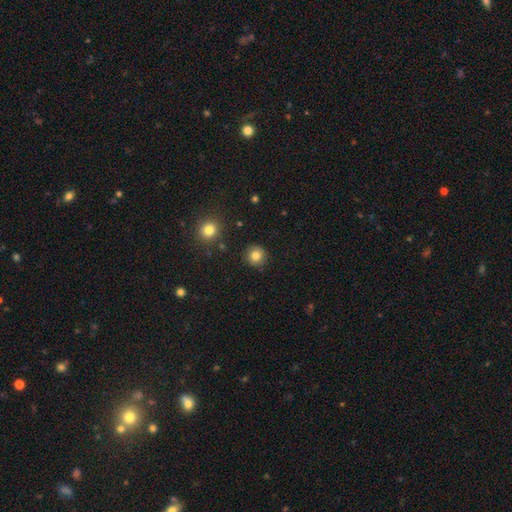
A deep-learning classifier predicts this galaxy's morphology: Smooth or featured?
  - smooth: 82% *
  - star or artifact: 11%
  - featured or disk: 6%
How rounded?
  - round: 94% *
  - in between: 5%
  - cigar-shaped: 1%
Merging?
  - none: 90% *
  - minor disturbance: 6%
  - major disturbance: 2%
  - merger: 2%